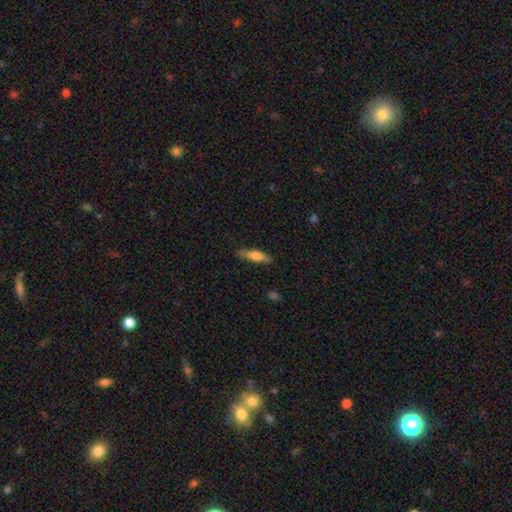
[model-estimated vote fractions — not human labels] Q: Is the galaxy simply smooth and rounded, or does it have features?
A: smooth — 66%.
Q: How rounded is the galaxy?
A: cigar-shaped — 65%.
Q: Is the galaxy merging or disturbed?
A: none — 80%.